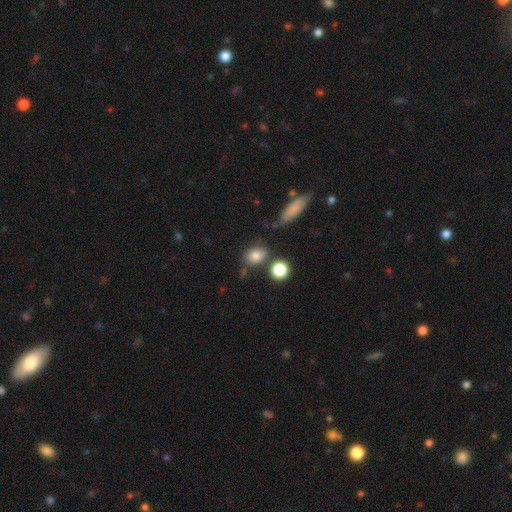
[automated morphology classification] smooth_or_featured: smooth (p=0.81) [alt: star or artifact p=0.11]
how_rounded: in between (p=0.59) [alt: round p=0.38]
merging: none (p=0.67) [alt: minor disturbance p=0.16]